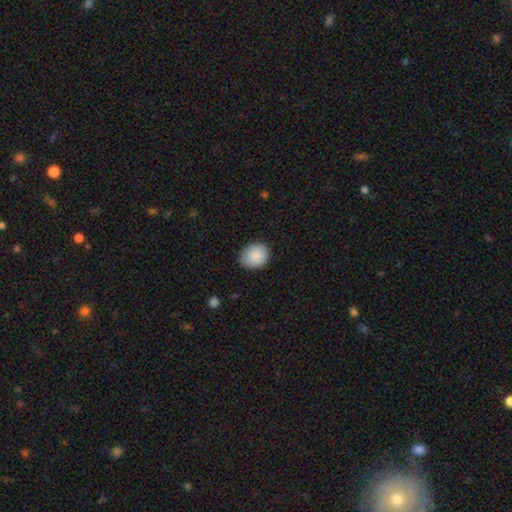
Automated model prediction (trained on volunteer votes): Smooth or featured? smooth (89%)
How rounded? round (57%)
Merging? none (84%)